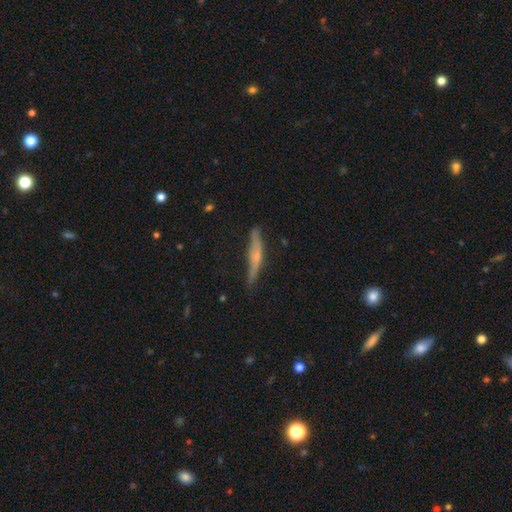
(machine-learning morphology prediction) The model was most divided on "smooth or featured": featured or disk: 53%, smooth: 40%, star or artifact: 7%. More confident: edge-on disk — yes (93%); merging — none (76%).